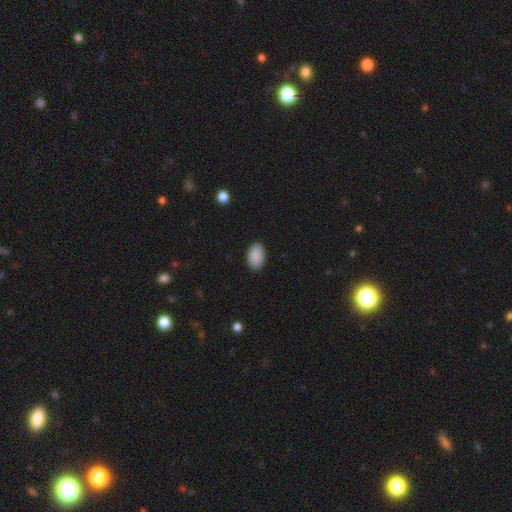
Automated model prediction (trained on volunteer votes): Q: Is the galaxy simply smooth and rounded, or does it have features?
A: smooth — 90%.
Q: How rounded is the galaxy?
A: in between — 92%.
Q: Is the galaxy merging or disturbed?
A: none — 90%.